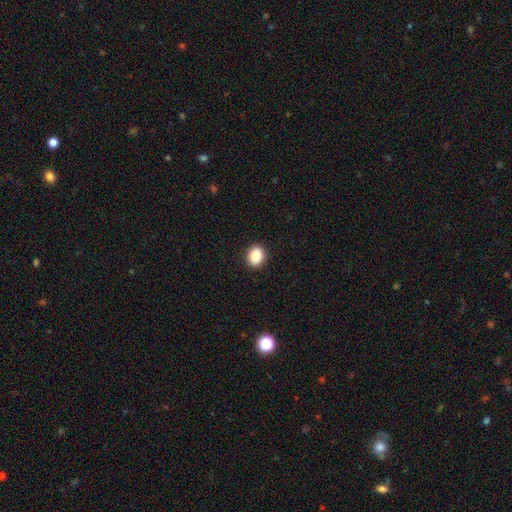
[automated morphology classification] A smooth galaxy with no disk features (85%) that is round (57%). Merging: none (92%).